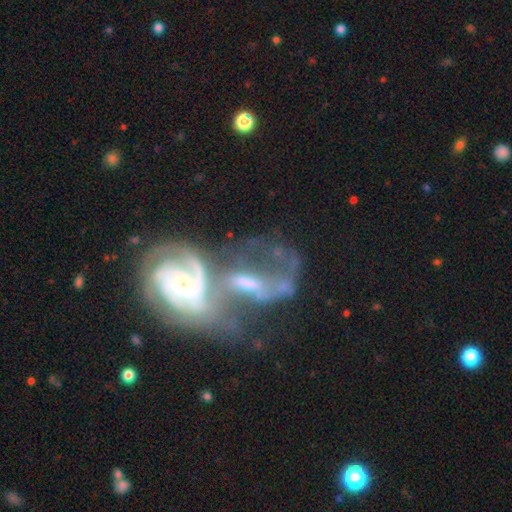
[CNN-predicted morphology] The model was most divided on "spiral winding": tight: 44%, medium: 39%, loose: 17%. Remaining: edge-on disk — no (96%); spiral arms — yes (91%); smooth or featured — featured or disk (83%); merging — merger (74%); spiral arm count — 2 (58%); bulge size — small (53%); bar — no (44%).